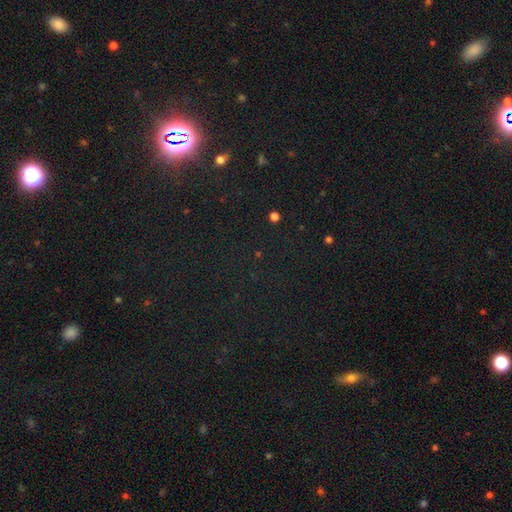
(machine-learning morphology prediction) A star or artifact, not a galaxy (79%).